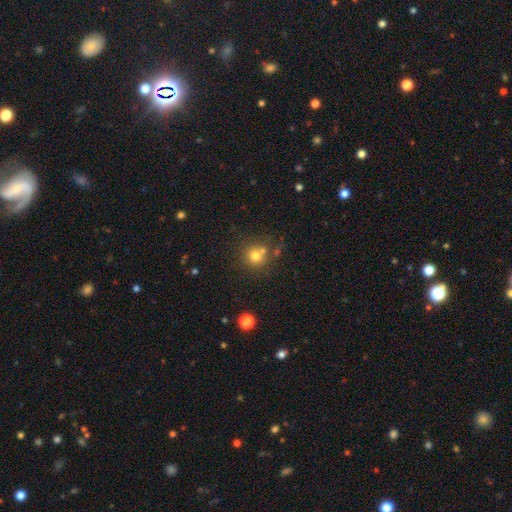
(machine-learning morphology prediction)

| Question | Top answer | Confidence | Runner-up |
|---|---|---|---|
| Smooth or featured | smooth | 74% | star or artifact (15%) |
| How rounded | round | 89% | in between (10%) |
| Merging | none | 62% | merger (23%) |